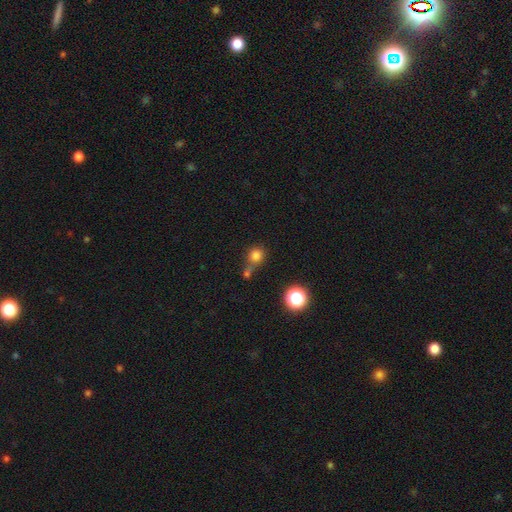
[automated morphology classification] type=smooth (79%); roundness=round (87%); merging=none (51%).